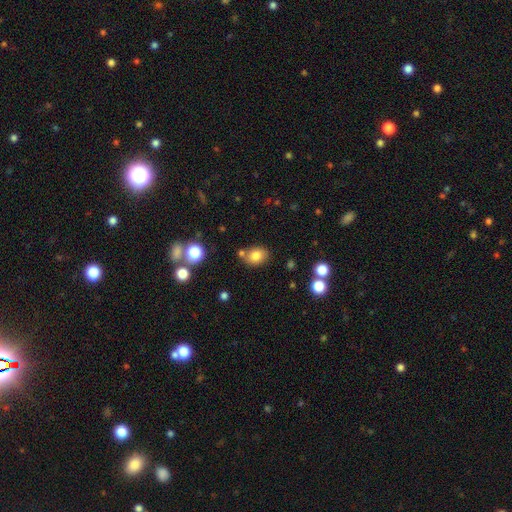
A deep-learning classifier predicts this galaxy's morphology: A smooth galaxy with no disk features (79%) that is in between round and cigar-shaped (60%). Merging: none (71%).